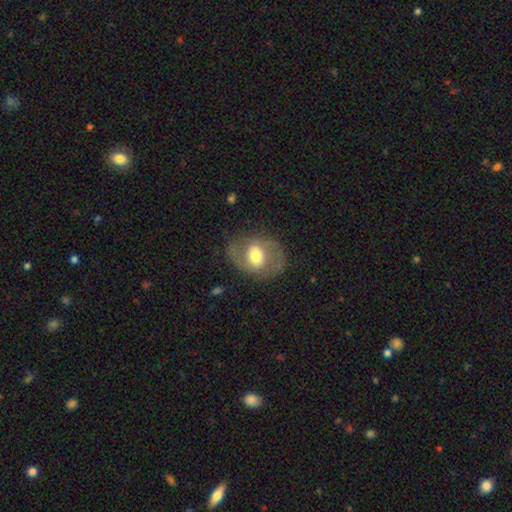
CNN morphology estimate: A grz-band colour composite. It shows a featured or disk galaxy (59%) with no bar (43%), spiral arms (61%) and a moderate central bulge (66%). Merging: none (72%).